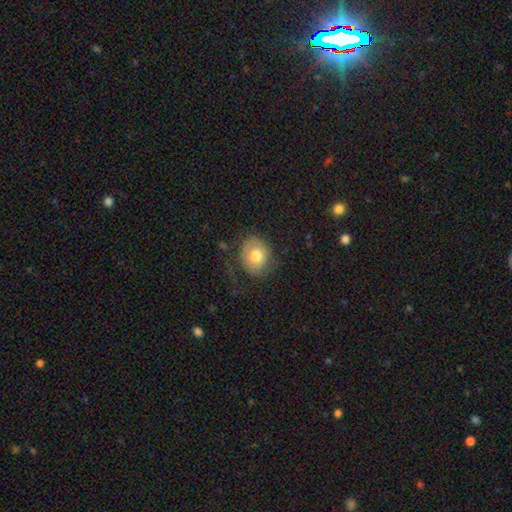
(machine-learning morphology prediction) The model was most divided on "how rounded": round: 58%, in between: 41%, cigar-shaped: 1%. More confident: smooth or featured — smooth (68%); merging — none (58%).